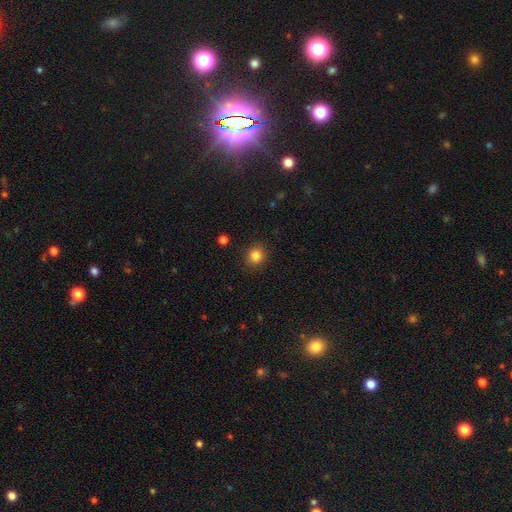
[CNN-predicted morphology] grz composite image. It shows a smooth galaxy with no disk features (84%) that is round (86%). Merging: none (90%).